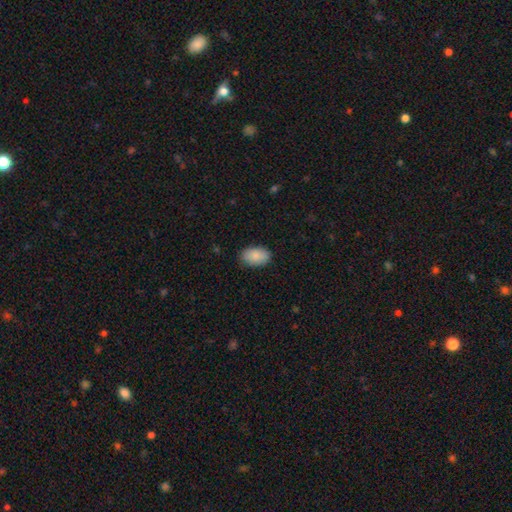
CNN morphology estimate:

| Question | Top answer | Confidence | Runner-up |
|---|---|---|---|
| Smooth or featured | smooth | 88% | star or artifact (6%) |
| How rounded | in between | 92% | round (6%) |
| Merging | none | 86% | minor disturbance (10%) |